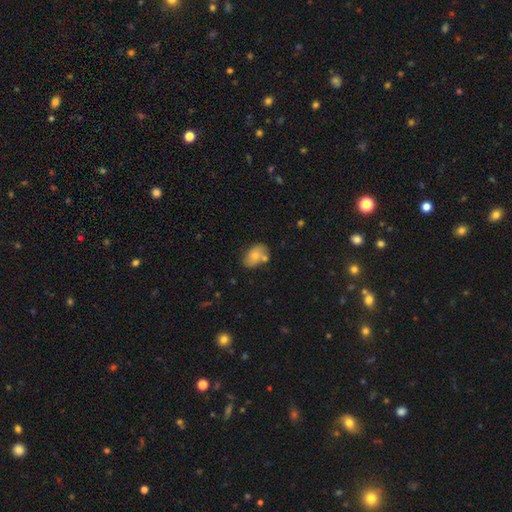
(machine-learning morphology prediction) type=smooth (70%); roundness=in between (86%); merging=none (58%).